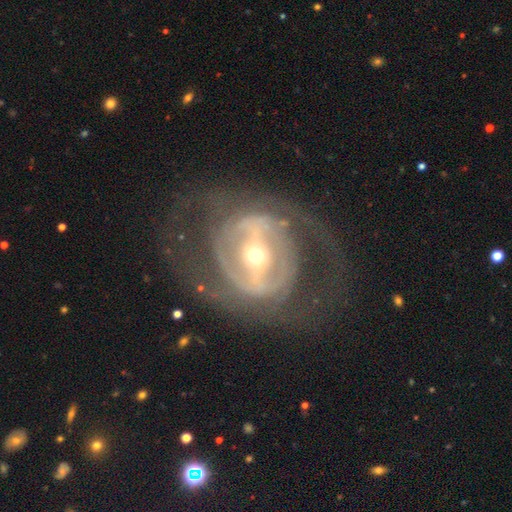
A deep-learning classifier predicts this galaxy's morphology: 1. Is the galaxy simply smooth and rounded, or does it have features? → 85% featured or disk, 9% smooth, 6% star or artifact.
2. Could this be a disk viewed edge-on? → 94% no, 6% yes.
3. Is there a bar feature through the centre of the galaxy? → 62% strong, 25% weak, 13% no.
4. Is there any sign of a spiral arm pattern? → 64% yes, 36% no.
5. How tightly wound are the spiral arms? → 44% tight, 38% medium, 18% loose.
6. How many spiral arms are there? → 58% 2, 27% can't tell, 6% 3, 4% 1, 3% 4, 2% more than 4.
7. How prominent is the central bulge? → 50% small, 44% moderate, 4% large, 1% dominant, 1% none.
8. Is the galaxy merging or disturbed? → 68% none, 18% major disturbance, 13% minor disturbance, 1% merger.